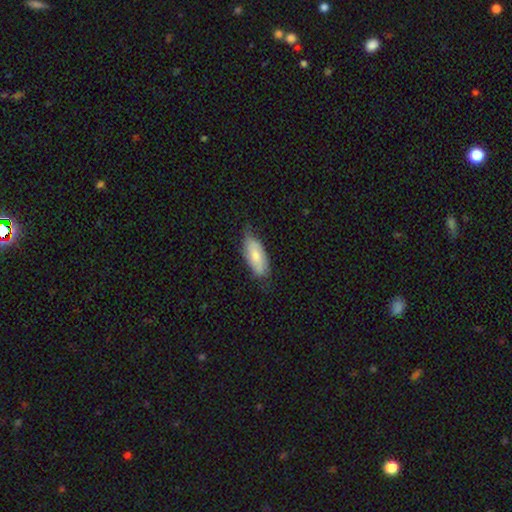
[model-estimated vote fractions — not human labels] smooth_or_featured: smooth (p=0.72) [alt: featured or disk p=0.23]
how_rounded: in between (p=0.85) [alt: cigar-shaped p=0.13]
merging: none (p=0.65) [alt: minor disturbance p=0.28]